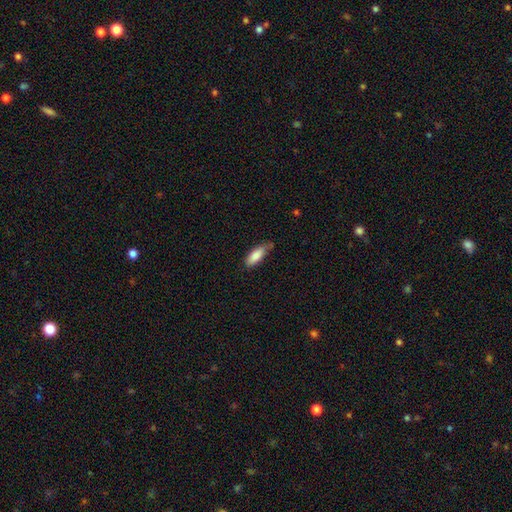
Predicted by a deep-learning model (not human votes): This is clearly a smooth galaxy (83%). How rounded: likely in between (71%). Merging: possibly none (60%).